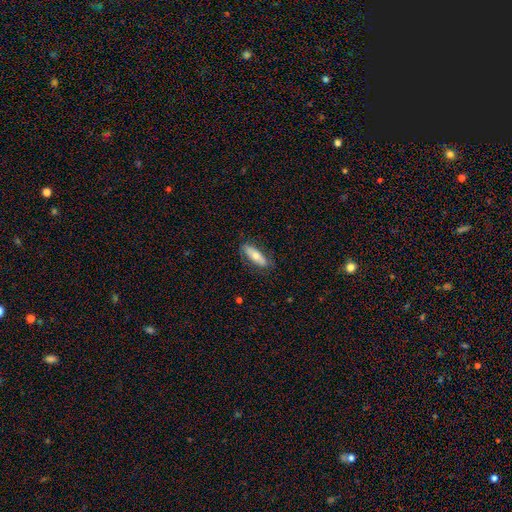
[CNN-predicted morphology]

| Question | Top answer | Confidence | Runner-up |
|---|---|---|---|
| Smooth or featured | smooth | 62% | featured or disk (32%) |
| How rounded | in between | 59% | cigar-shaped (39%) |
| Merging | none | 78% | minor disturbance (16%) |